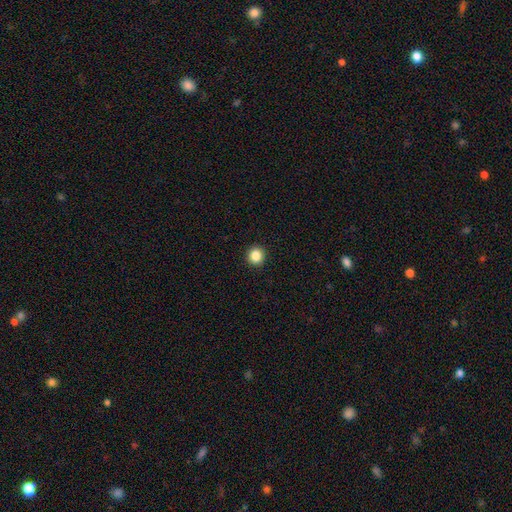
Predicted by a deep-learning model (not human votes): smooth-or-featured: smooth: 86% | star or artifact: 10% | featured or disk: 4%
  how-rounded: round: 92% | in between: 7% | cigar-shaped: 1%
  merging: none: 93% | minor disturbance: 4% | major disturbance: 2% | merger: 1%